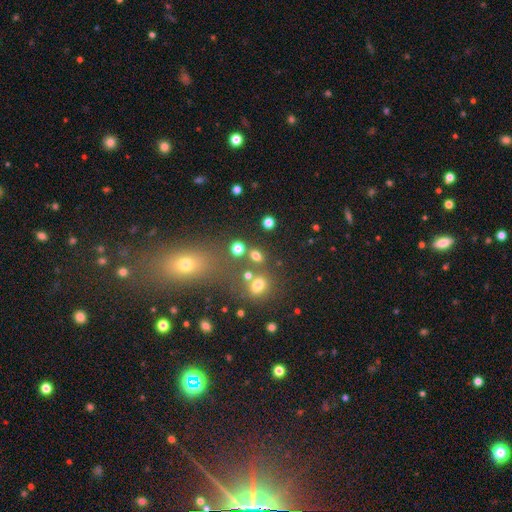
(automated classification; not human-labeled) A smooth galaxy with no disk features (70%) that is in between round and cigar-shaped (52%). Merging: none (65%).